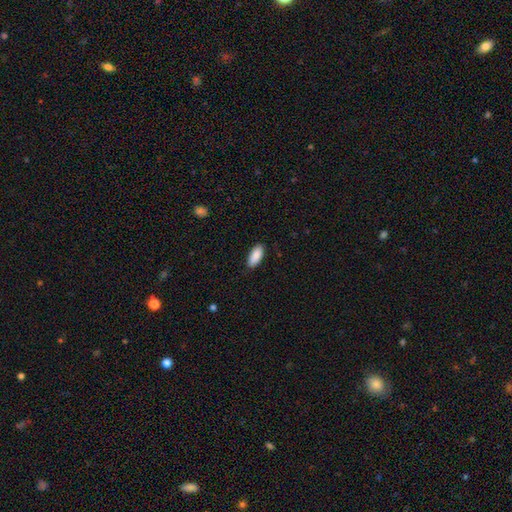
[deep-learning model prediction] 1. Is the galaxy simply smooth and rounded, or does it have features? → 90% smooth, 6% star or artifact, 4% featured or disk.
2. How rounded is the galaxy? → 88% in between, 11% cigar-shaped, 2% round.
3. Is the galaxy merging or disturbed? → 87% none, 10% minor disturbance, 2% major disturbance, 1% merger.